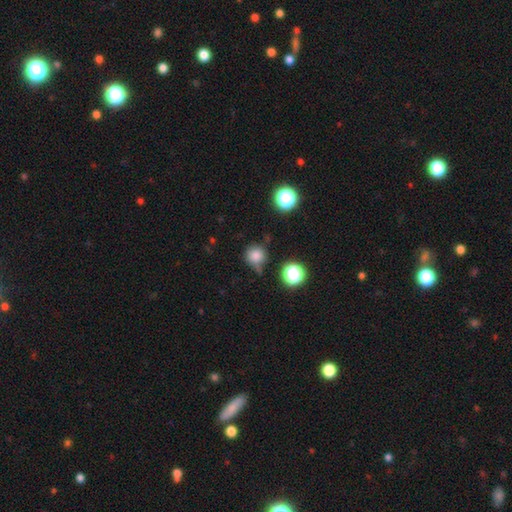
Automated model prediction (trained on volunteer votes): smooth-or-featured: smooth: 79% | star or artifact: 15% | featured or disk: 6%
  how-rounded: round: 93% | in between: 6% | cigar-shaped: 1%
  merging: none: 66% | minor disturbance: 20% | merger: 8% | major disturbance: 6%